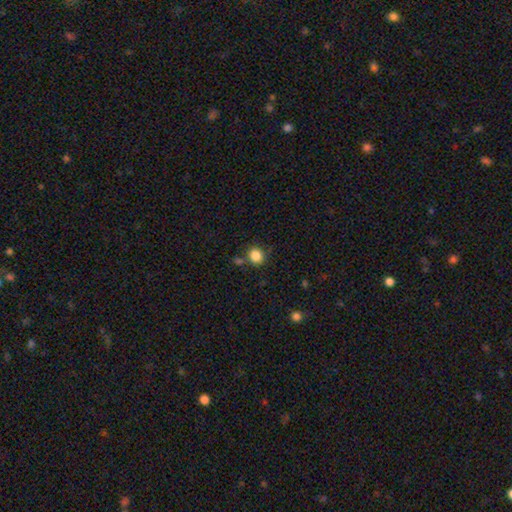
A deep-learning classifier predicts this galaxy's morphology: Overall: smooth (85%). How rounded: round (81%). Merging: none (76%).